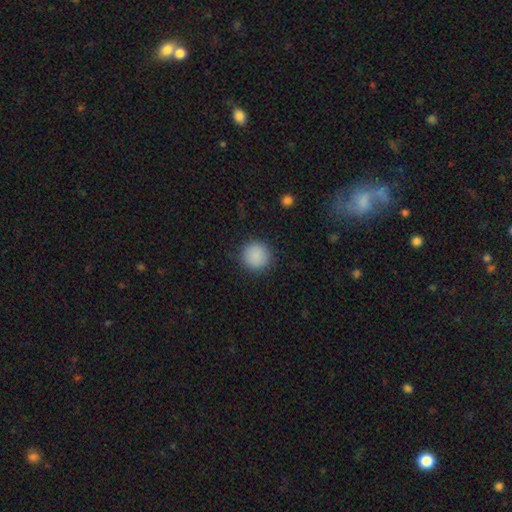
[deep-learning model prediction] Q: Smooth or featured?
A: smooth (88%); runner-up: star or artifact (8%)
Q: How rounded?
A: round (94%); runner-up: in between (5%)
Q: Merging?
A: none (90%); runner-up: minor disturbance (6%)